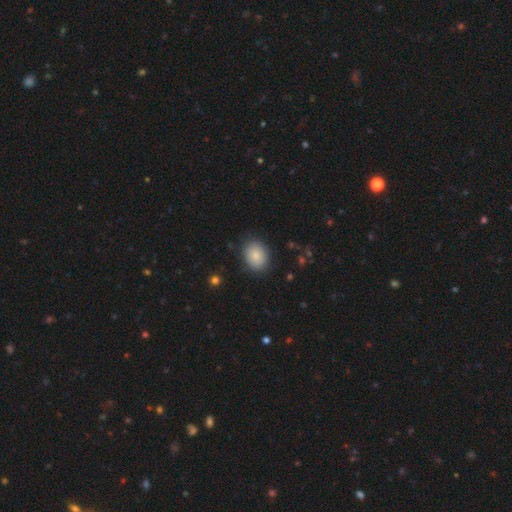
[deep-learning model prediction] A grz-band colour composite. It shows a smooth galaxy with no disk features (85%) that is in between round and cigar-shaped (55%). Merging: none (86%).